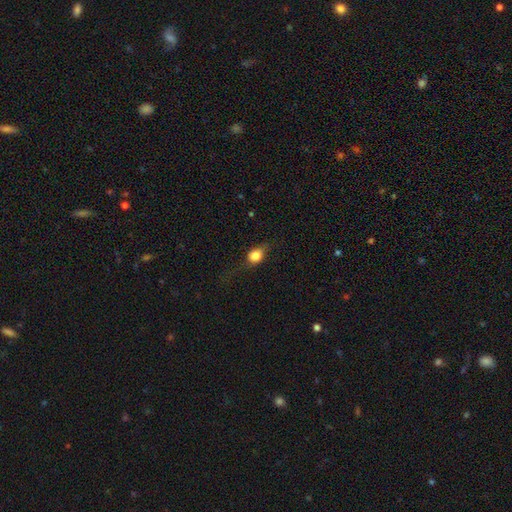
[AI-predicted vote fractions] Overall: smooth (72%). How rounded: round (49%; in between 46%). Merging: none (61%; minor disturbance 23%).